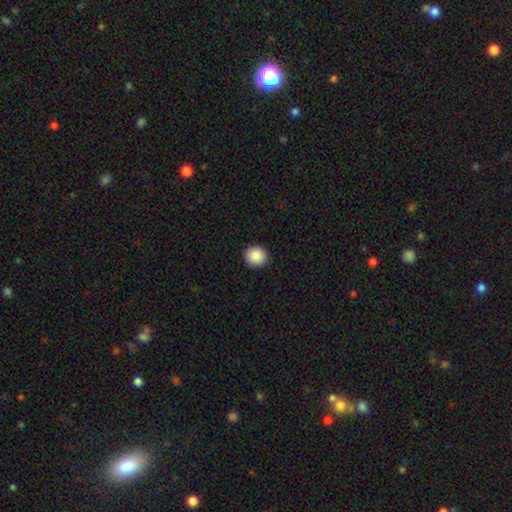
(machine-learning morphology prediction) smooth_or_featured: smooth (p=0.88) [alt: star or artifact p=0.08]
how_rounded: round (p=0.88) [alt: in between p=0.11]
merging: none (p=0.92) [alt: minor disturbance p=0.05]